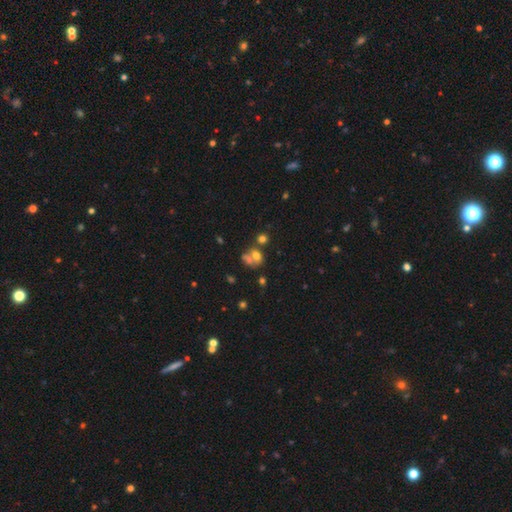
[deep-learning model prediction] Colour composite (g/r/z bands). It shows a smooth galaxy with no disk features (63%) that is round (57%). Merging: merger (51%).